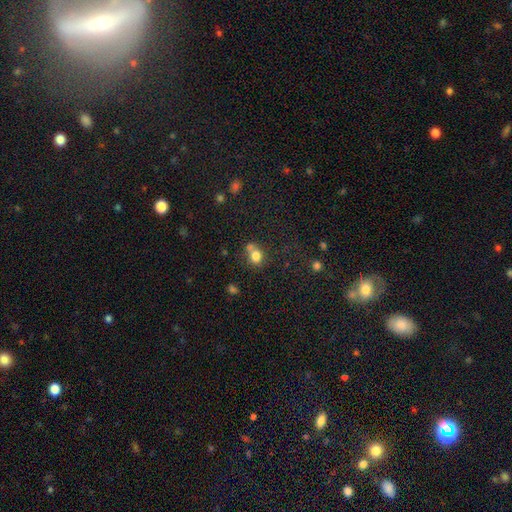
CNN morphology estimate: This appears to be a smooth galaxy with no disk features (77%) that is round (58%). Merging: none (46%).